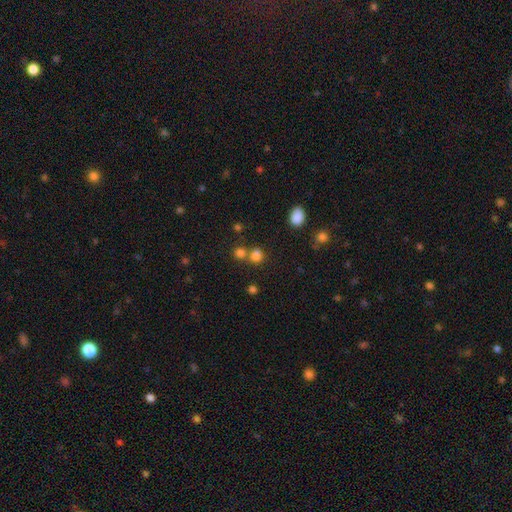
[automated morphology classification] Q: Smooth or featured?
A: smooth (79%); runner-up: star or artifact (16%)
Q: How rounded?
A: round (76%); runner-up: in between (23%)
Q: Merging?
A: none (56%); runner-up: merger (32%)